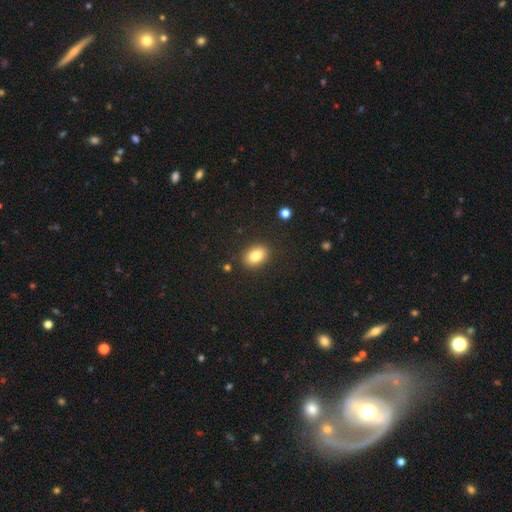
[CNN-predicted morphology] Smooth or featured?
  - smooth: 84% *
  - star or artifact: 9%
  - featured or disk: 7%
How rounded?
  - in between: 76% *
  - round: 23%
  - cigar-shaped: 1%
Merging?
  - none: 87% *
  - minor disturbance: 9%
  - major disturbance: 3%
  - merger: 2%